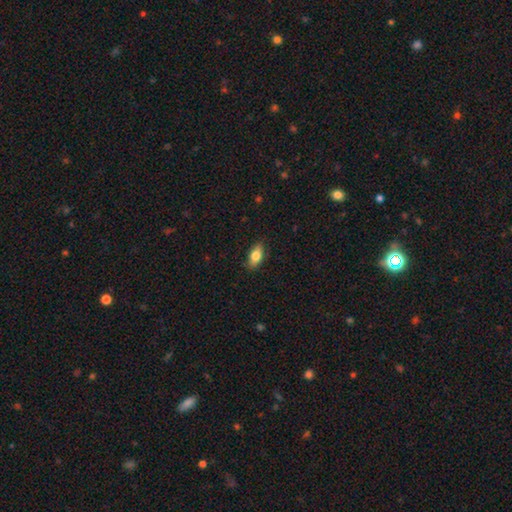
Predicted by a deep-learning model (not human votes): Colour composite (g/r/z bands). It shows a smooth galaxy with no disk features (80%) that is in between round and cigar-shaped (87%). Merging: none (85%).